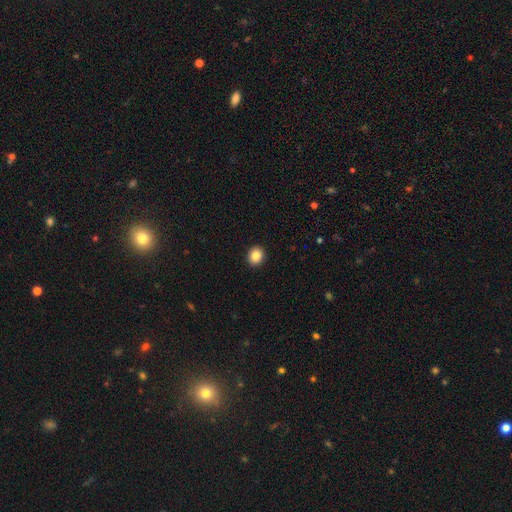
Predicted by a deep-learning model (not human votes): smooth-or-featured: smooth: 86% | star or artifact: 9% | featured or disk: 4%
  how-rounded: round: 71% | in between: 28% | cigar-shaped: 1%
  merging: none: 93% | minor disturbance: 5% | major disturbance: 2% | merger: 1%